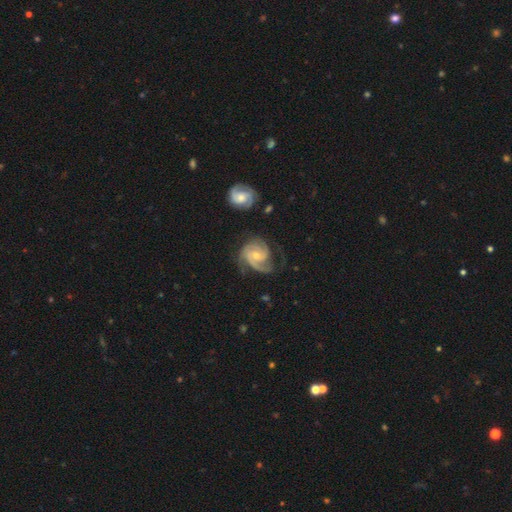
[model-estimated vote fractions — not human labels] This is clearly a featured or disk galaxy (86%). It is clearly not viewed edge-on (98%). Bar: possibly no (48%). Spiral arm pattern: clearly yes (97%). Spiral arm count: possibly 2 (47%). Spiral winding: marginally tight (44%). Central bulge: possibly small (49%). Merging: possibly none (54%).